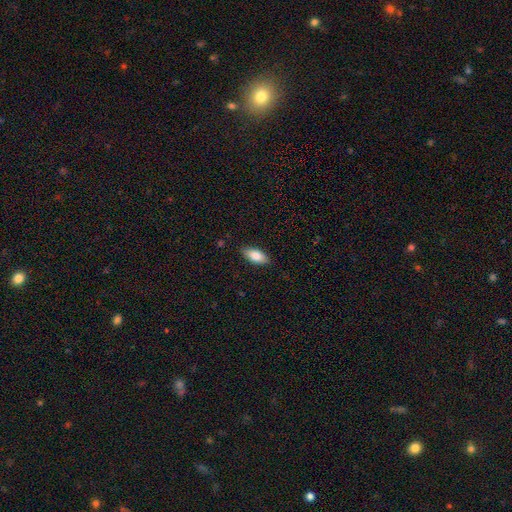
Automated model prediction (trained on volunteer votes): Q: Smooth or featured?
A: smooth (82%); runner-up: featured or disk (12%)
Q: How rounded?
A: in between (87%); runner-up: cigar-shaped (11%)
Q: Merging?
A: none (87%); runner-up: minor disturbance (10%)